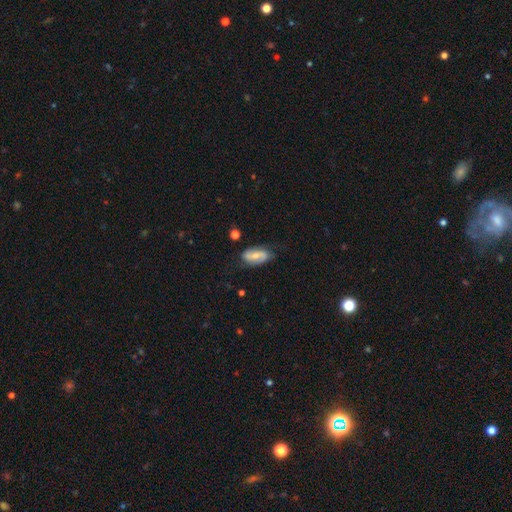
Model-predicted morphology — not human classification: Q: Smooth or featured?
A: featured or disk (57%); runner-up: smooth (36%)
Q: Edge-on disk?
A: no (93%); runner-up: yes (7%)
Q: Bar?
A: weak (39%); runner-up: no (33%)
Q: Spiral arms?
A: yes (84%); runner-up: no (16%)
Q: Bulge size?
A: moderate (48%); runner-up: small (43%)
Q: Merging?
A: none (70%); runner-up: minor disturbance (22%)